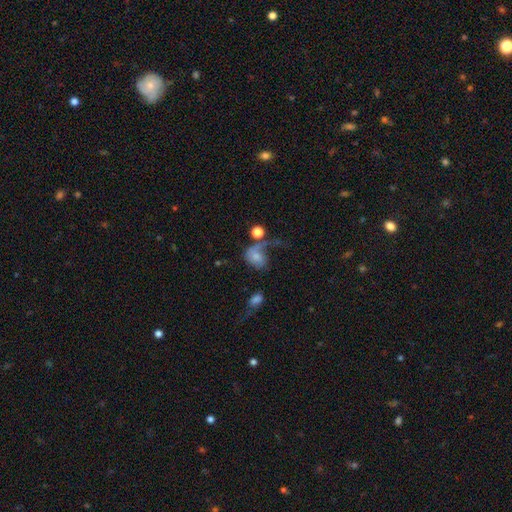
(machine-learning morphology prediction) This appears to be a smooth galaxy with no disk features (52%) that is in between round and cigar-shaped (55%). Merging: major disturbance (47%).